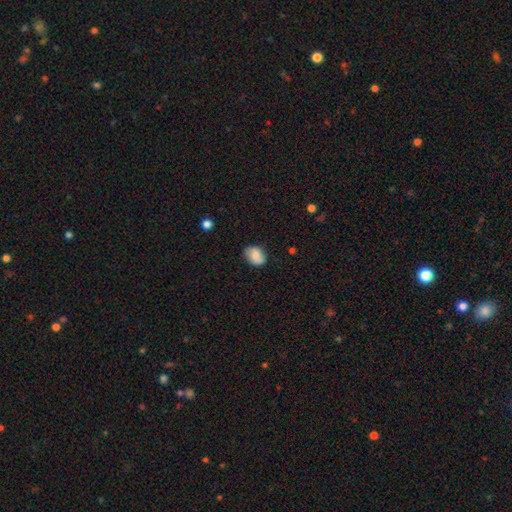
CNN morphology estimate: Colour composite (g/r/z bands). It shows a smooth galaxy with no disk features (81%) that is in between round and cigar-shaped (72%). Merging: none (73%).